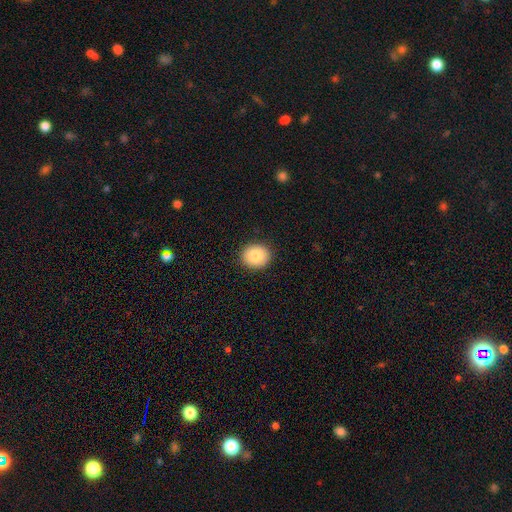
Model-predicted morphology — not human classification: This is clearly a smooth galaxy (86%). How rounded: likely round (73%). Merging: clearly none (90%).